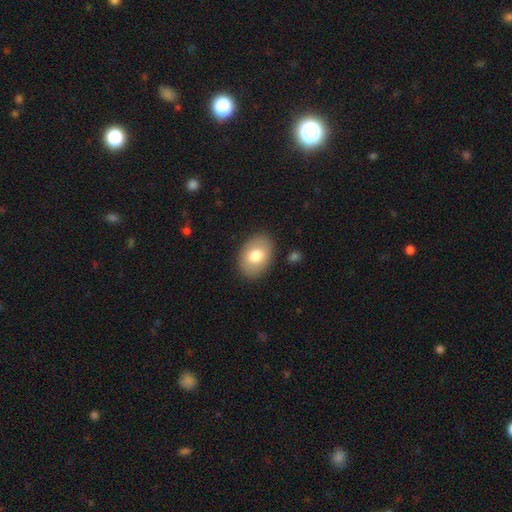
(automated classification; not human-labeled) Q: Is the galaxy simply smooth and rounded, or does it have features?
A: smooth — 75%.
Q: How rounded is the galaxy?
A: in between — 83%.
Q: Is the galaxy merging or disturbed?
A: none — 87%.